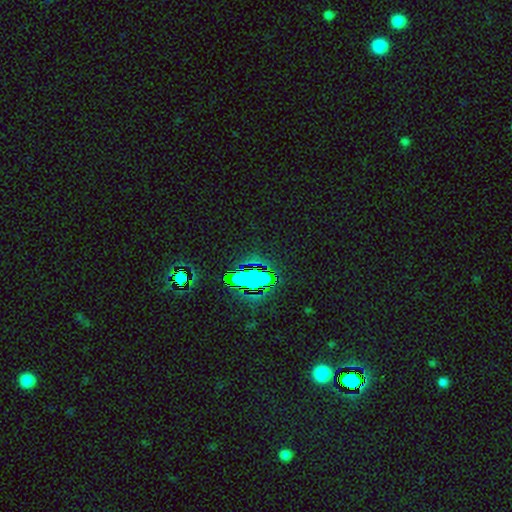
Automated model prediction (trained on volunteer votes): Morphology: type=star or artifact (81%).